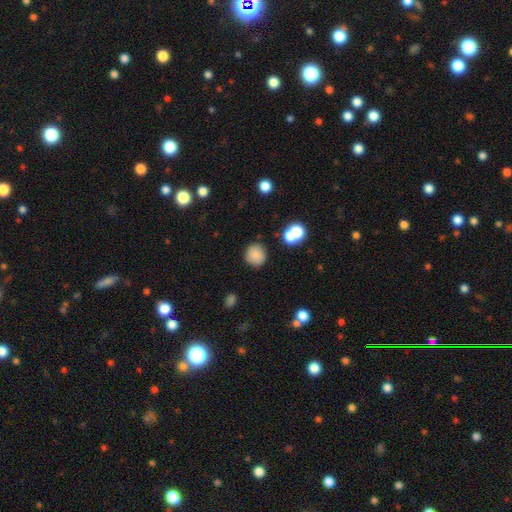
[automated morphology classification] The model was most divided on "smooth or featured": smooth: 82%, star or artifact: 11%, featured or disk: 7%. More confident: how rounded — round (90%); merging — none (82%).